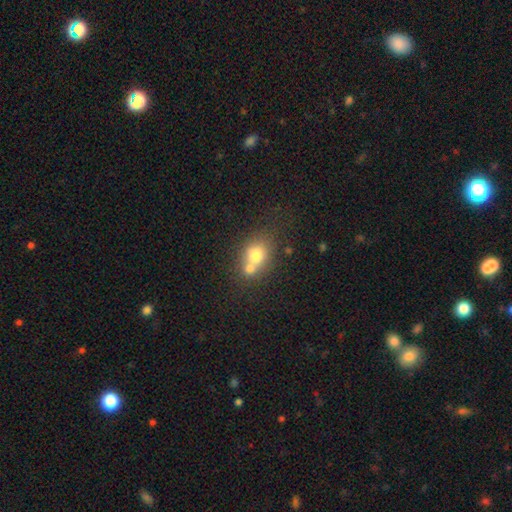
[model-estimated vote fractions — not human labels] This appears to be a smooth galaxy with no disk features (71%) that is round (55%). Merging: merger (55%).